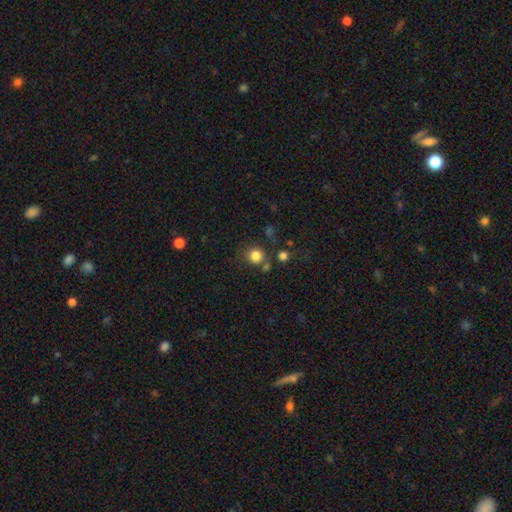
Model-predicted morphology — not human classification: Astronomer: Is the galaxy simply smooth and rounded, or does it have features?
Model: smooth — 82%.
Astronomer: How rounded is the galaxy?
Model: round — 90%.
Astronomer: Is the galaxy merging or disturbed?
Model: none — 74%.